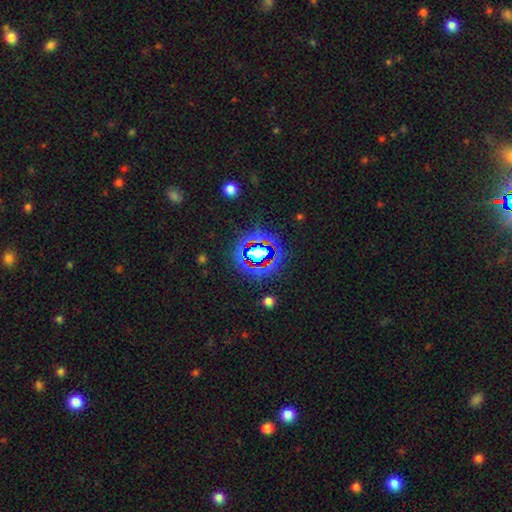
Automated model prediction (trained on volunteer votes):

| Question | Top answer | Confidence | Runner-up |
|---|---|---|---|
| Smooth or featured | star or artifact | 65% | smooth (21%) |